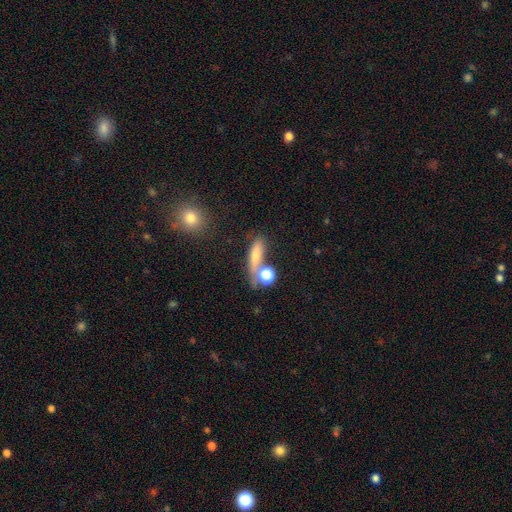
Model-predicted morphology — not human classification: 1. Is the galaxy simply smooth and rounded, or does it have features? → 67% smooth, 20% featured or disk, 13% star or artifact.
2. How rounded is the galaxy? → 44% cigar-shaped, 42% in between, 15% round.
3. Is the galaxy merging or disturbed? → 48% none, 26% merger, 16% minor disturbance, 10% major disturbance.